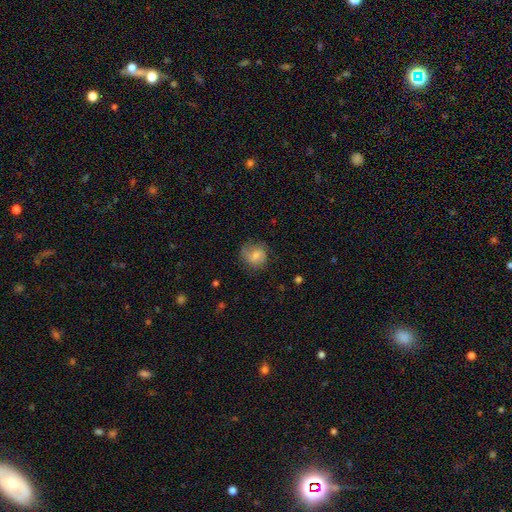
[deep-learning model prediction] Smooth or featured?
  - smooth: 53% *
  - featured or disk: 39%
  - star or artifact: 8%
How rounded?
  - round: 78% *
  - in between: 20%
  - cigar-shaped: 1%
Merging?
  - none: 68% *
  - minor disturbance: 22%
  - major disturbance: 9%
  - merger: 1%